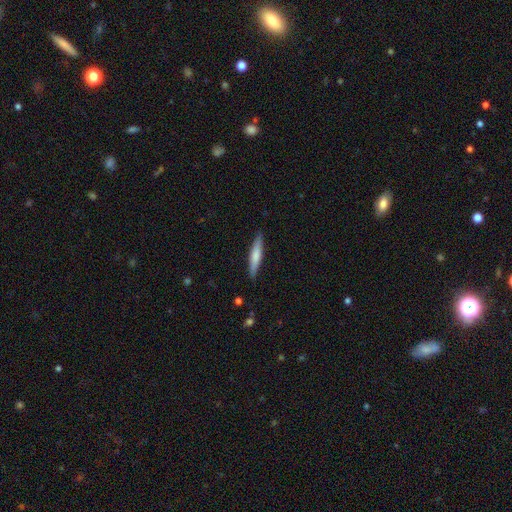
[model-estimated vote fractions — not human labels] smooth_or_featured: smooth (p=0.65) [alt: featured or disk p=0.30]
how_rounded: cigar-shaped (p=0.91) [alt: in between p=0.08]
merging: none (p=0.89) [alt: minor disturbance p=0.08]